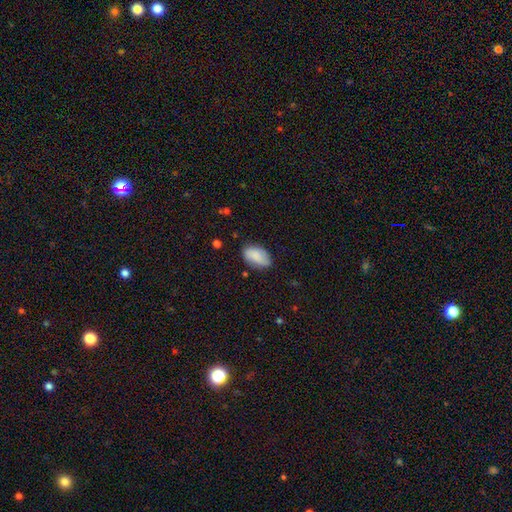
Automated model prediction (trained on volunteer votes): Q: Smooth or featured?
A: smooth (82%); runner-up: featured or disk (11%)
Q: How rounded?
A: in between (92%); runner-up: round (6%)
Q: Merging?
A: none (72%); runner-up: minor disturbance (22%)